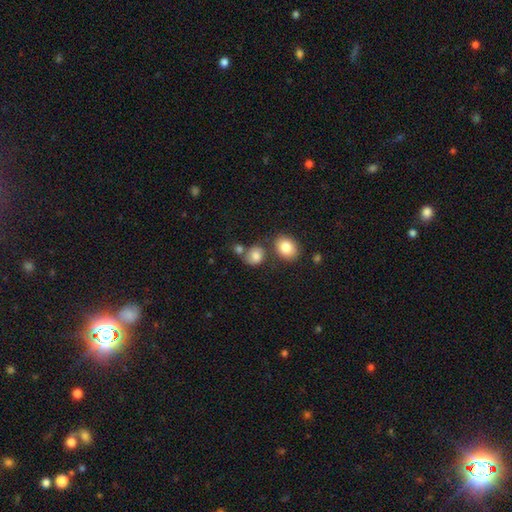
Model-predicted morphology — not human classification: Smooth or featured? smooth (80%)
How rounded? round (62%)
Merging? none (55%)